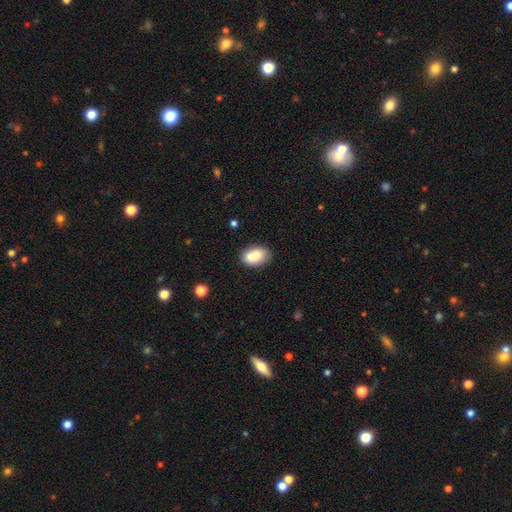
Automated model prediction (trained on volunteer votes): smooth 86%, star or artifact 8%, featured or disk 7%. Down the decision tree: how rounded — in between (87%); merging — none (68%).